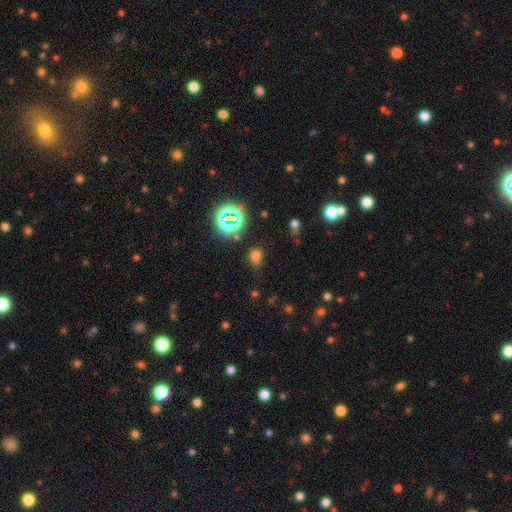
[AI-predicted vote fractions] Morphology: type=smooth (62%); roundness=in between (59%); merging=none (69%).